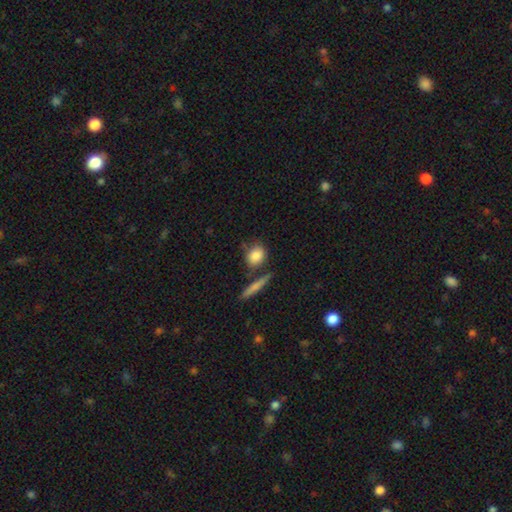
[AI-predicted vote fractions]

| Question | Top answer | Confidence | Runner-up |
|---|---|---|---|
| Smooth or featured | smooth | 84% | featured or disk (9%) |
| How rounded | round | 58% | in between (35%) |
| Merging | none | 68% | minor disturbance (15%) |